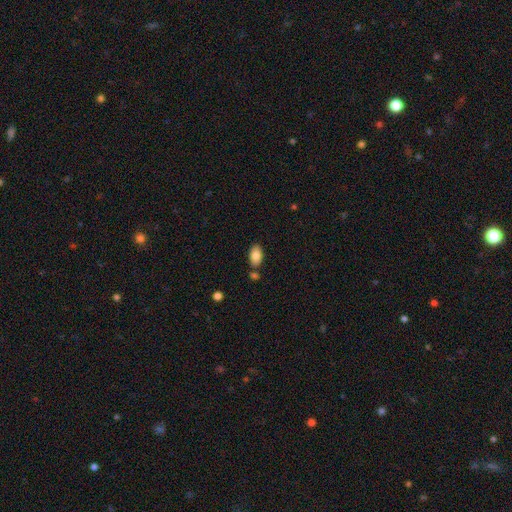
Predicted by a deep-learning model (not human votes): Overall: smooth (84%). How rounded: in between (93%). Merging: none (75%).